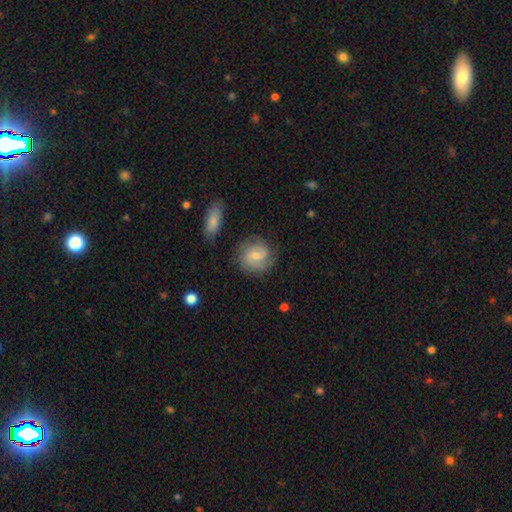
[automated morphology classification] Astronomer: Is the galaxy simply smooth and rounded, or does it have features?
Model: featured or disk — 53% (runner-up: smooth, 39%).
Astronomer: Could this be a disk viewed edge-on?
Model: no — 96%.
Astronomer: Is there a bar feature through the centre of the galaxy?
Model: no — 54% (runner-up: weak, 38%).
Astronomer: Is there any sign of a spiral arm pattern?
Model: yes — 83%.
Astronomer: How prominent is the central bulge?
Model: small — 50% (runner-up: moderate, 45%).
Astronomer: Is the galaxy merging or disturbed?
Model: none — 75%.